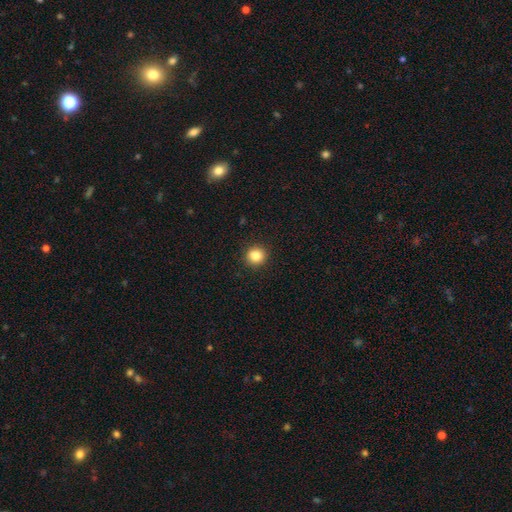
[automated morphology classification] smooth_or_featured: smooth (p=0.85) [alt: star or artifact p=0.10]
how_rounded: round (p=0.90) [alt: in between p=0.09]
merging: none (p=0.92) [alt: minor disturbance p=0.05]